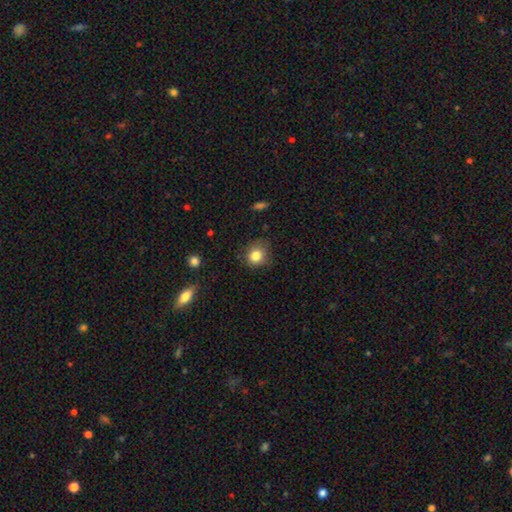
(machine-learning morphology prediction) Smooth or featured? smooth (82%)
How rounded? round (75%)
Merging? none (71%)